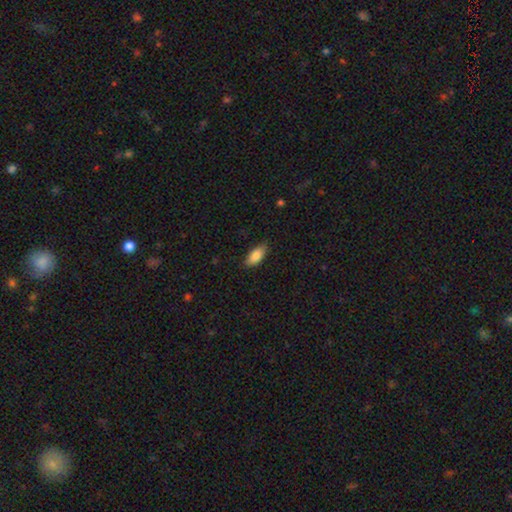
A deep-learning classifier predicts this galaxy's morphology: The model was most divided on "merging": none: 80%, minor disturbance: 16%, major disturbance: 3%, merger: 1%. More confident: smooth or featured — smooth (85%); how rounded — in between (84%).